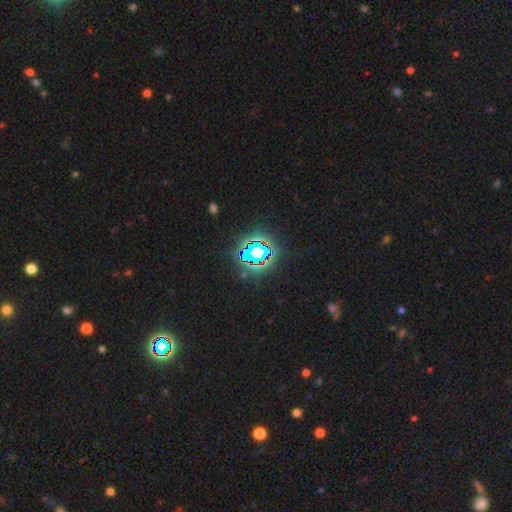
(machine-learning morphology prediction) smooth-or-featured: star or artifact: 73% | smooth: 15% | featured or disk: 12%